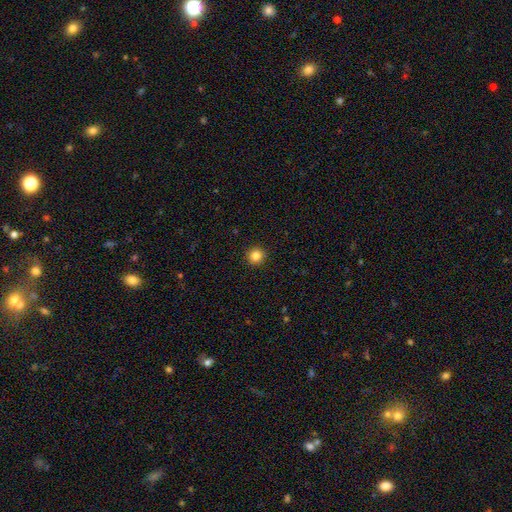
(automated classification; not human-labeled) Smooth or featured?
  - smooth: 84% *
  - star or artifact: 11%
  - featured or disk: 5%
How rounded?
  - round: 94% *
  - in between: 5%
  - cigar-shaped: 1%
Merging?
  - none: 93% *
  - minor disturbance: 5%
  - major disturbance: 2%
  - merger: 1%